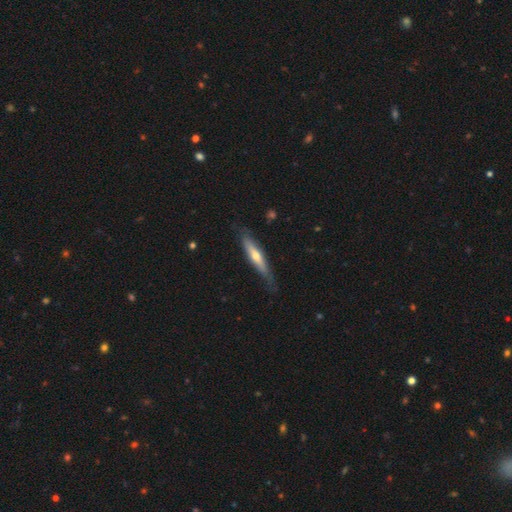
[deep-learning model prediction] Overall: featured or disk (53%; smooth 41%). Edge-on disk: yes (85%). Merging: none (73%).